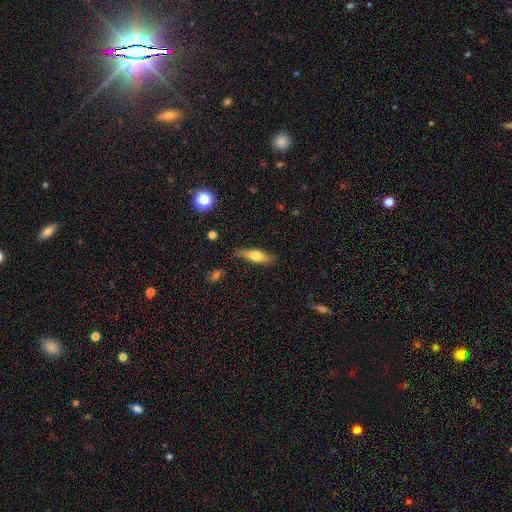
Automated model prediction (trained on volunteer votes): A smooth galaxy with no disk features (62%) that is cigar-shaped (57%). Merging: none (82%).